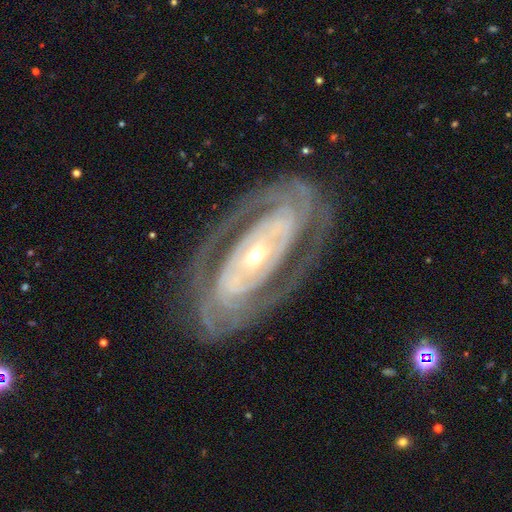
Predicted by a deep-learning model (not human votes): A featured or disk galaxy (87%) with no bar (56%), 2 (53%) tight (68%) spiral arms (85%) and a small central bulge (60%). Merging: none (79%).